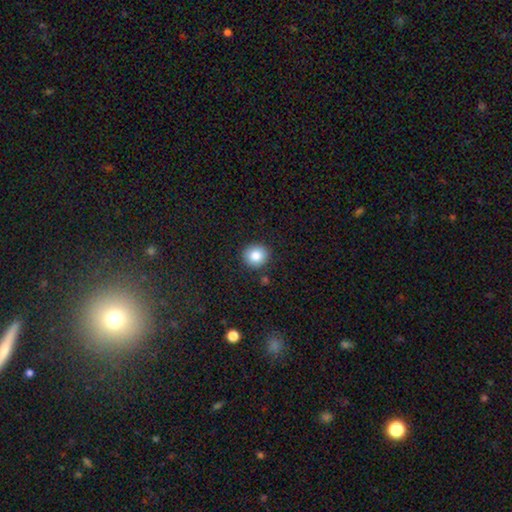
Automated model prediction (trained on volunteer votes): Morphology: type=smooth (83%); roundness=round (90%); merging=none (89%).